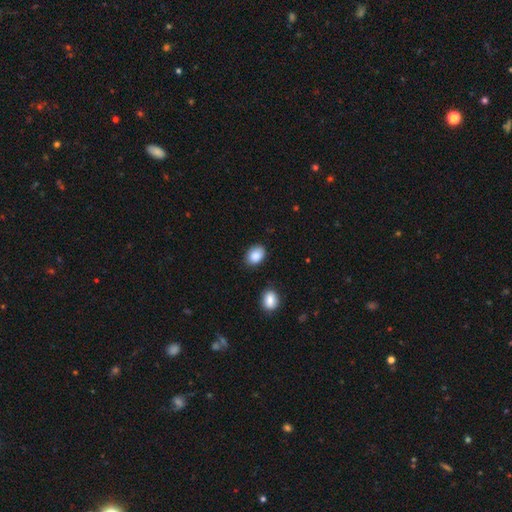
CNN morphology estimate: Q: Smooth or featured?
A: smooth (88%); runner-up: star or artifact (8%)
Q: How rounded?
A: in between (75%); runner-up: round (24%)
Q: Merging?
A: none (80%); runner-up: minor disturbance (14%)